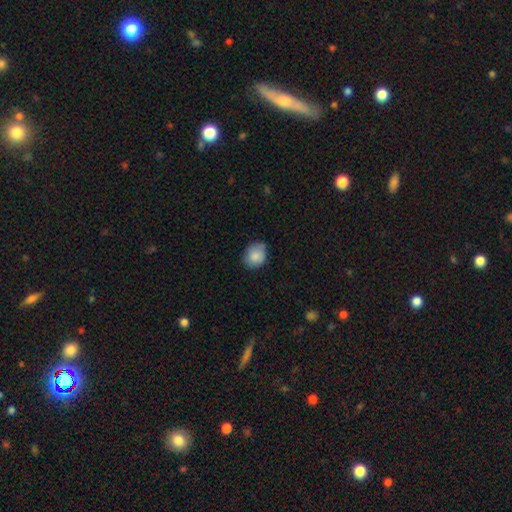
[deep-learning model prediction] Q: Smooth or featured?
A: smooth (84%); runner-up: featured or disk (8%)
Q: How rounded?
A: round (61%); runner-up: in between (38%)
Q: Merging?
A: none (66%); runner-up: minor disturbance (28%)